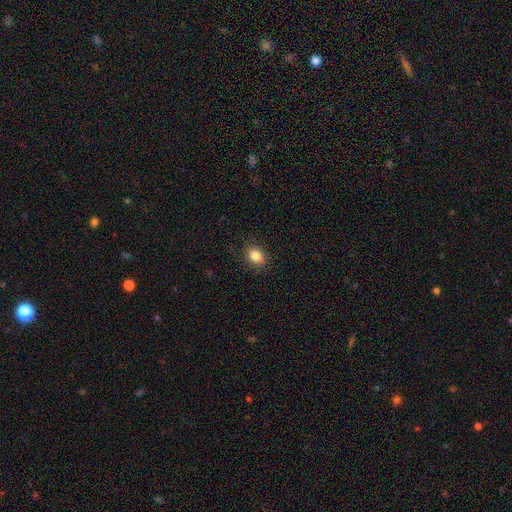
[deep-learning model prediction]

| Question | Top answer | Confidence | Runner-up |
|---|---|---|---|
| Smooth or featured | smooth | 83% | star or artifact (11%) |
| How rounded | round | 56% | in between (43%) |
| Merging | none | 87% | minor disturbance (10%) |